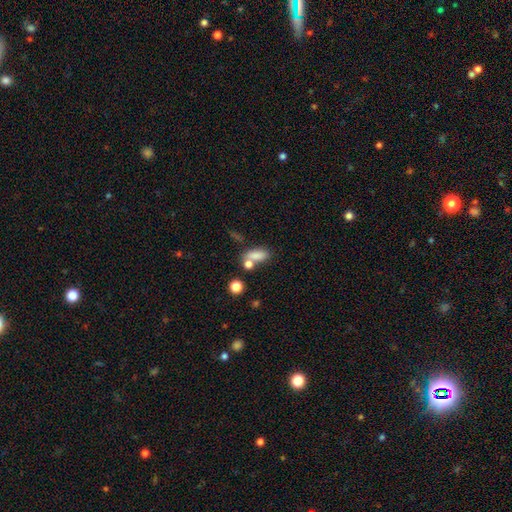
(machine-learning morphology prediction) smooth_or_featured: smooth (p=0.77) [alt: star or artifact p=0.12]
how_rounded: in between (p=0.78) [alt: round p=0.12]
merging: none (p=0.46) [alt: merger p=0.32]